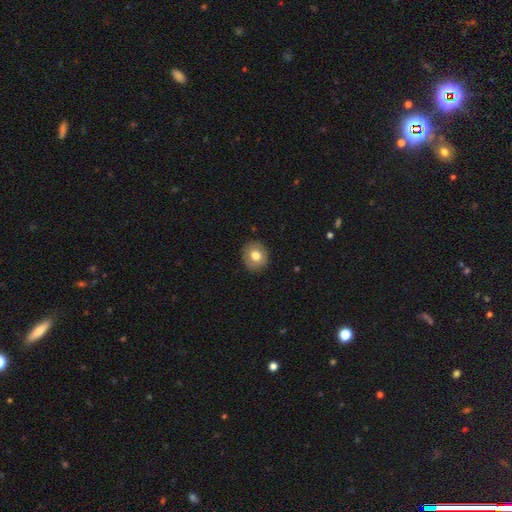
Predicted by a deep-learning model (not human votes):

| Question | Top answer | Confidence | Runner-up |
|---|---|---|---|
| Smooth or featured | smooth | 74% | featured or disk (18%) |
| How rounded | round | 80% | in between (19%) |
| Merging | none | 88% | minor disturbance (9%) |